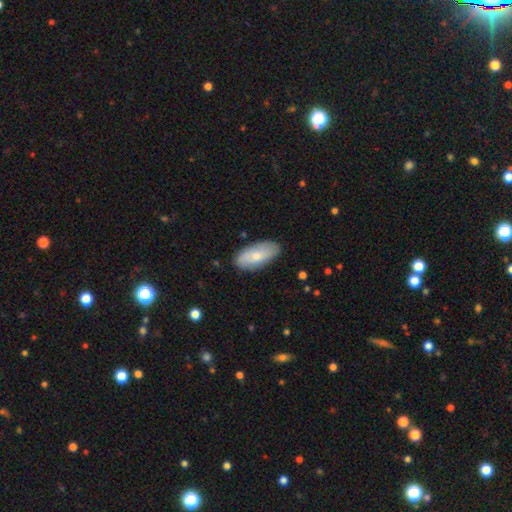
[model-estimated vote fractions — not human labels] Overall: smooth (70%). How rounded: in between (91%). Merging: none (84%).